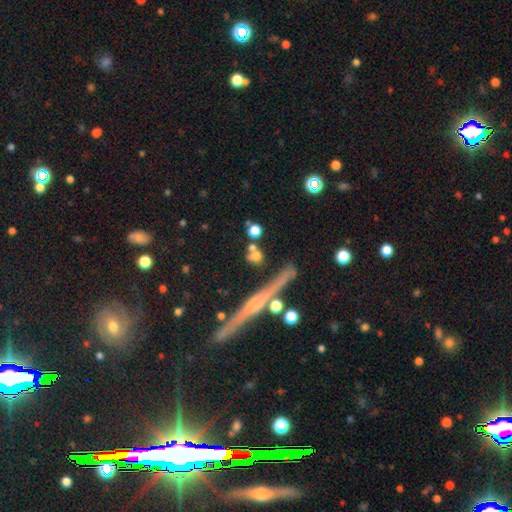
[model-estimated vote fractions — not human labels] The model was most divided on "smooth or featured": smooth: 65%, featured or disk: 20%, star or artifact: 15%. More confident: merging — none (64%); how rounded — round (64%).